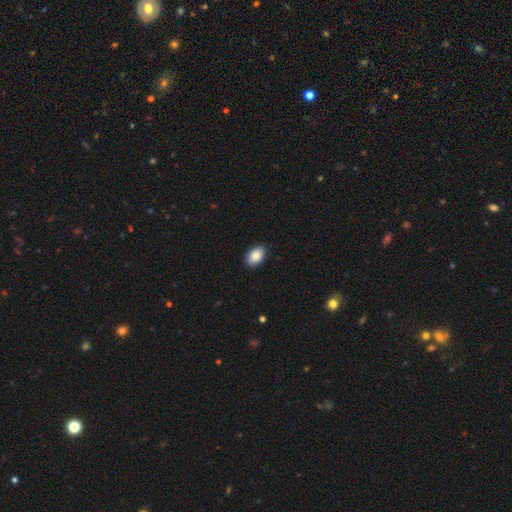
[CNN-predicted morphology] A smooth galaxy with no disk features (87%) that is in between round and cigar-shaped (88%). Merging: none (90%).